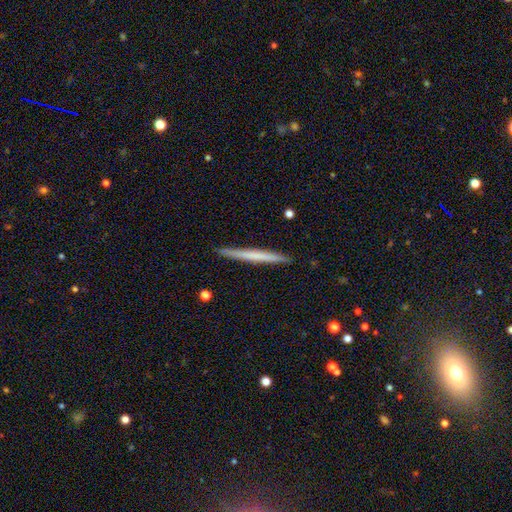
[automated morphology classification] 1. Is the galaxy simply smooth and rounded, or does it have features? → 56% smooth, 39% featured or disk, 5% star or artifact.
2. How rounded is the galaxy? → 97% cigar-shaped, 2% in between, 1% round.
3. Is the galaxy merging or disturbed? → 92% none, 6% minor disturbance, 1% major disturbance, 1% merger.